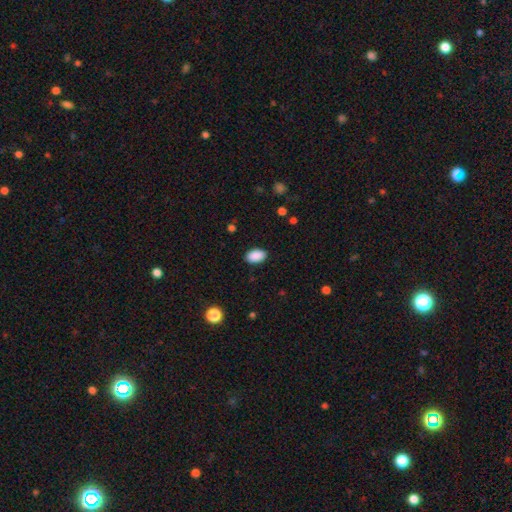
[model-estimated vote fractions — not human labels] Morphology: type=smooth (90%); roundness=in between (91%); merging=none (89%).